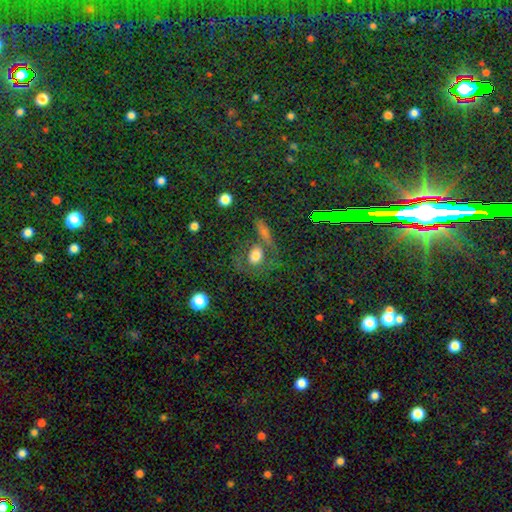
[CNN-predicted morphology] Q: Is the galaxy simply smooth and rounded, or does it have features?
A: smooth — 66%.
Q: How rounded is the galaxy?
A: round — 55%.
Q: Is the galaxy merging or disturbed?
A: none — 64%.